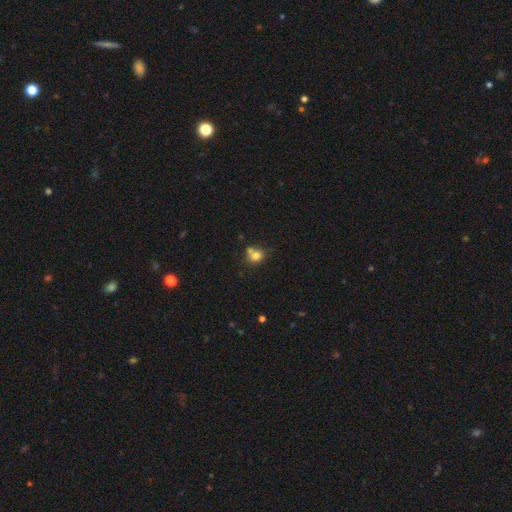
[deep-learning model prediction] Q: Smooth or featured?
A: smooth (75%); runner-up: featured or disk (13%)
Q: How rounded?
A: round (62%); runner-up: in between (37%)
Q: Merging?
A: none (43%); runner-up: merger (41%)